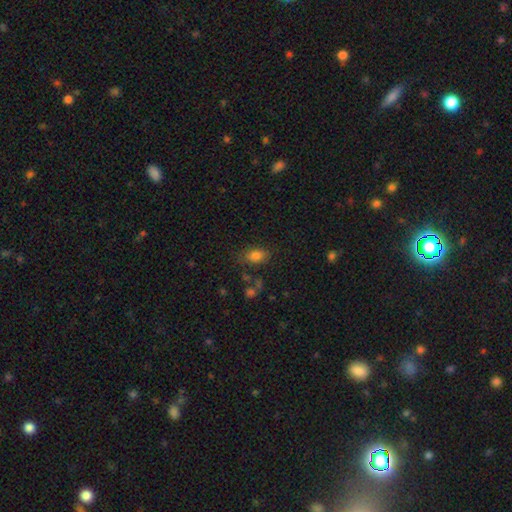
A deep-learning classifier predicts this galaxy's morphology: The model was most divided on "merging": none: 70%, minor disturbance: 18%, major disturbance: 7%, merger: 5%. More confident: how rounded — in between (82%); smooth or featured — smooth (81%).